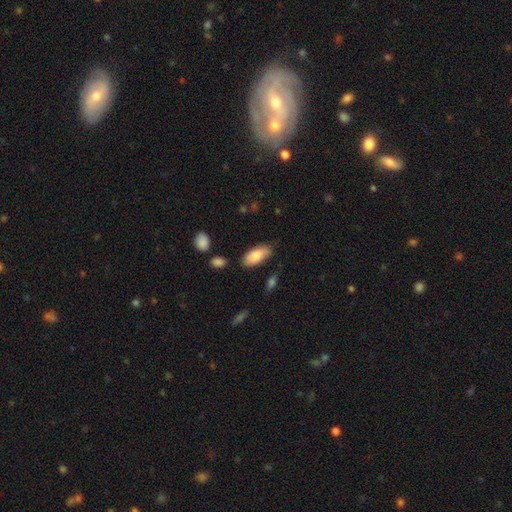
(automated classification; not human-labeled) smooth-or-featured: smooth: 83% | featured or disk: 11% | star or artifact: 6%
  how-rounded: in between: 90% | cigar-shaped: 8% | round: 2%
  merging: none: 76% | minor disturbance: 18% | major disturbance: 4% | merger: 3%